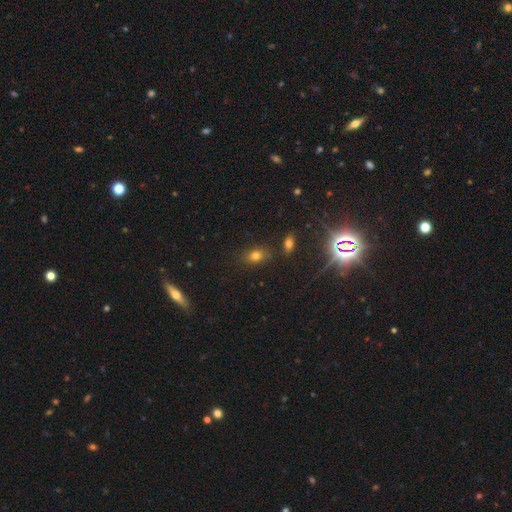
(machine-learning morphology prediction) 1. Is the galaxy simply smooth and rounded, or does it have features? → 76% smooth, 16% star or artifact, 9% featured or disk.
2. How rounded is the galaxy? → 70% in between, 27% round, 2% cigar-shaped.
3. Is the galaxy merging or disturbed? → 77% none, 13% minor disturbance, 6% merger, 4% major disturbance.